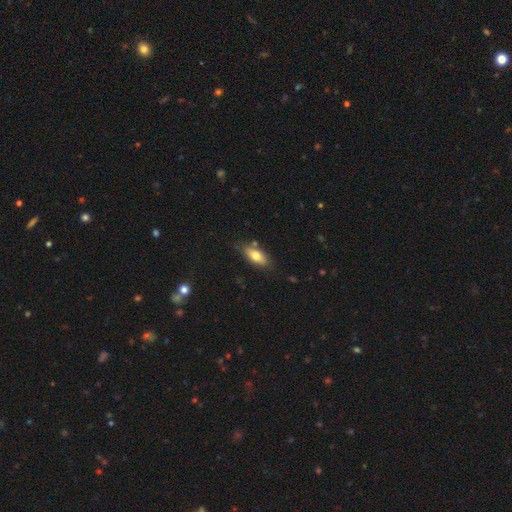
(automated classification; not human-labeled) Q: Smooth or featured?
A: smooth (74%); runner-up: featured or disk (19%)
Q: How rounded?
A: in between (81%); runner-up: cigar-shaped (16%)
Q: Merging?
A: none (77%); runner-up: minor disturbance (16%)